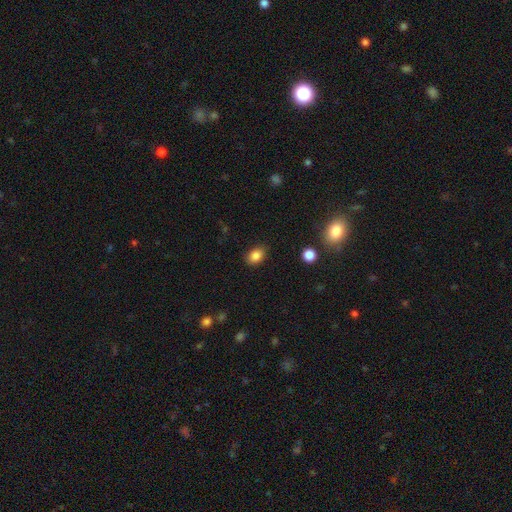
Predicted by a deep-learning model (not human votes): This is clearly a smooth galaxy (85%). How rounded: likely in between (72%). Merging: clearly none (84%).